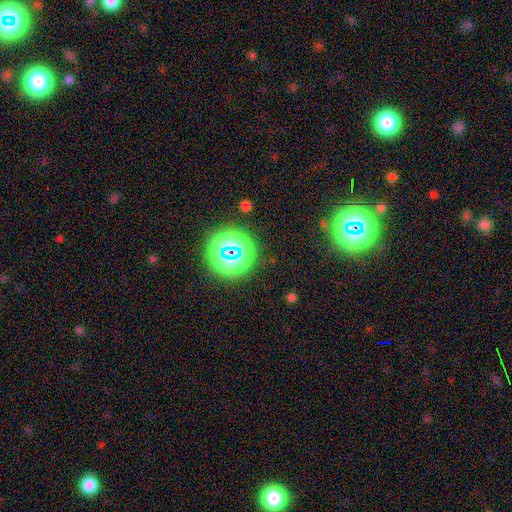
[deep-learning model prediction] Smooth or featured: star or artifact — 73% (smooth — 19%)